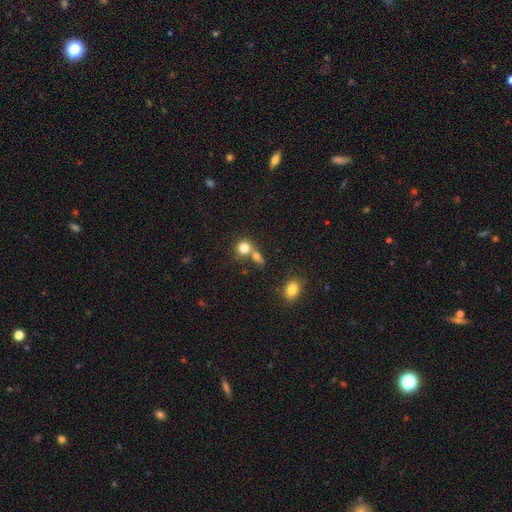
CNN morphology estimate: smooth_or_featured: smooth (p=0.71) [alt: star or artifact p=0.19]
how_rounded: round (p=0.83) [alt: in between p=0.15]
merging: none (p=0.56) [alt: merger p=0.32]